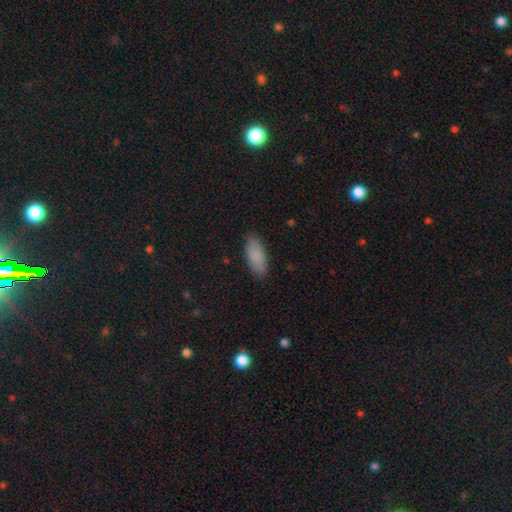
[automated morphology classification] smooth 88%, star or artifact 6%, featured or disk 6%. Down the decision tree: how rounded — in between (85%); merging — none (85%).